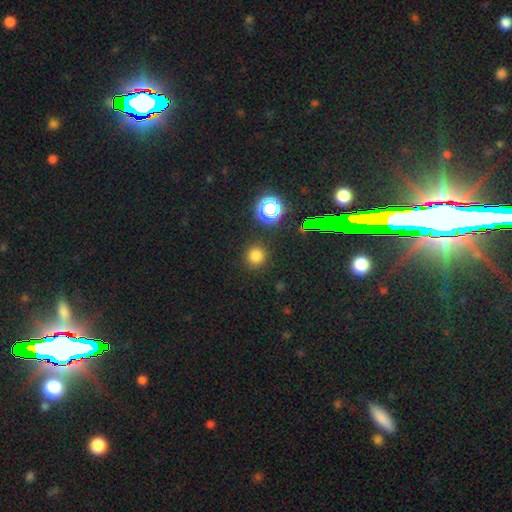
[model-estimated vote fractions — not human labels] Smooth or featured: smooth — 76% (star or artifact — 20%)
How rounded: round — 93% (in between — 6%)
Merging: none — 89% (minor disturbance — 6%)